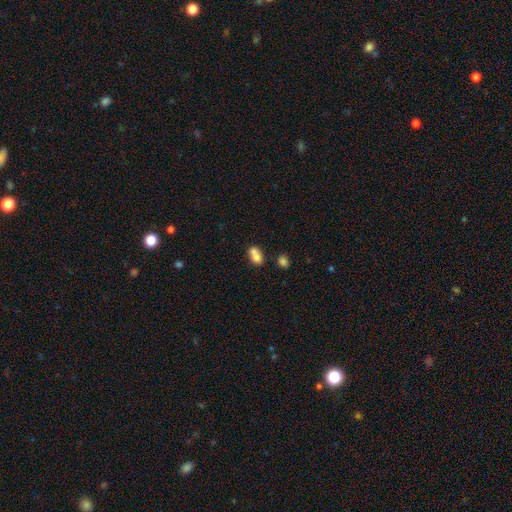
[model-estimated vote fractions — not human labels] smooth_or_featured: smooth (p=0.73) [alt: featured or disk p=0.17]
how_rounded: in between (p=0.53) [alt: round p=0.46]
merging: merger (p=0.66) [alt: none p=0.24]